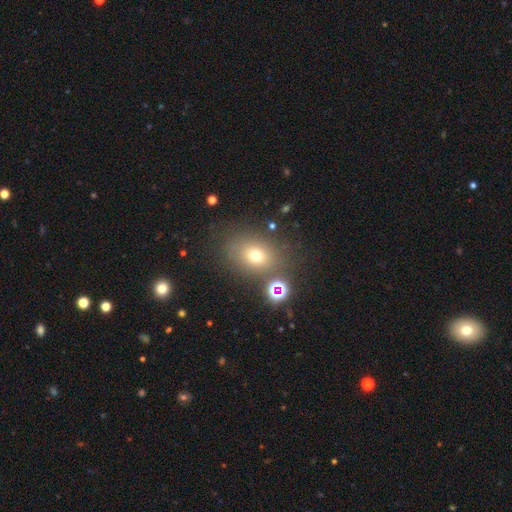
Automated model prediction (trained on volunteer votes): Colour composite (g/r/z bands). It shows a smooth galaxy with no disk features (67%) that is in between round and cigar-shaped (52%). Merging: none (75%).